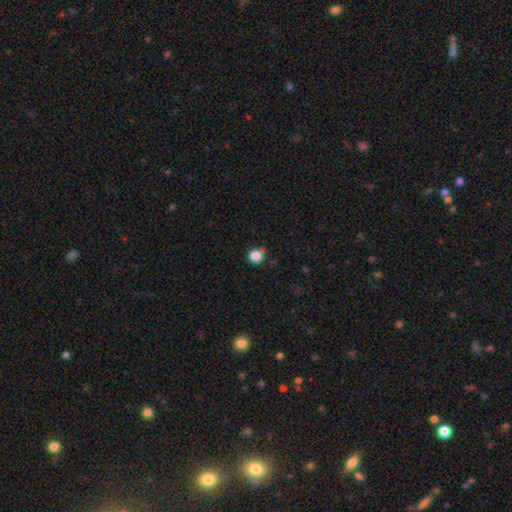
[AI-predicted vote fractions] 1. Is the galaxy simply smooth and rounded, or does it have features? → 85% smooth, 11% star or artifact, 4% featured or disk.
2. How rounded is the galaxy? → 93% round, 6% in between, 1% cigar-shaped.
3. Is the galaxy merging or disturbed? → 72% none, 21% minor disturbance, 4% major disturbance, 3% merger.